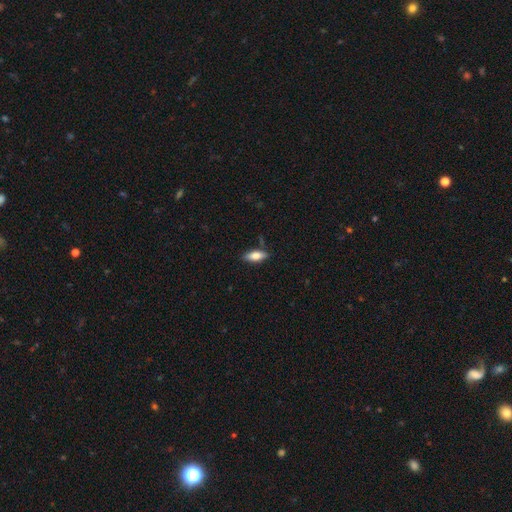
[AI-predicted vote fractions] Smooth or featured: smooth — 70% (featured or disk — 24%)
How rounded: in between — 69% (cigar-shaped — 29%)
Merging: none — 83% (minor disturbance — 12%)